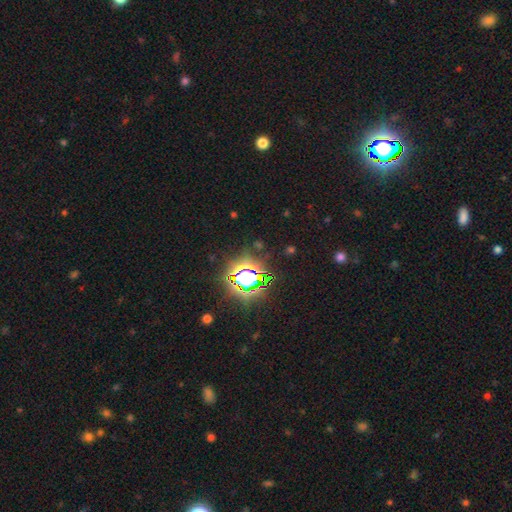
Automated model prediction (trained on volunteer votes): smooth_or_featured: star or artifact (p=0.84) [alt: smooth p=0.10]